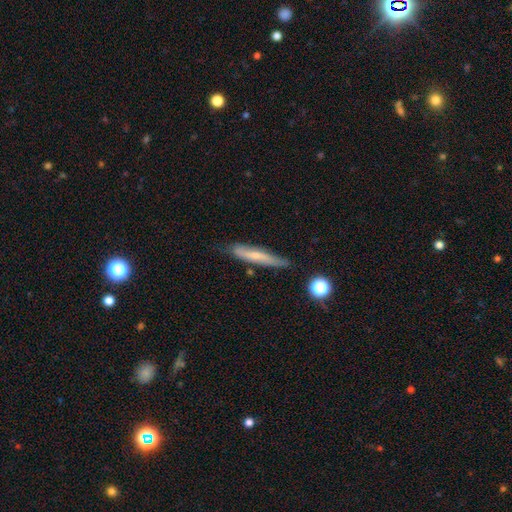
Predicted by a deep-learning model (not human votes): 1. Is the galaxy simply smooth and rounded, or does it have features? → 51% smooth, 42% featured or disk, 7% star or artifact.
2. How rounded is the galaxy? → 90% cigar-shaped, 8% in between, 2% round.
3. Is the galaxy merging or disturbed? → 73% none, 20% minor disturbance, 4% major disturbance, 3% merger.